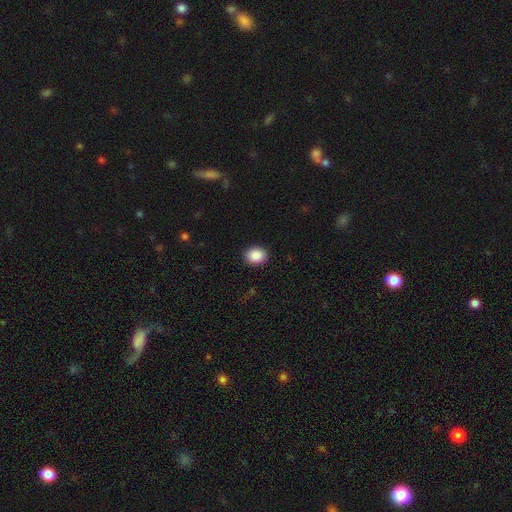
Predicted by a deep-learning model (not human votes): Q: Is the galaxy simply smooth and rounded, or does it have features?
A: smooth — 87%.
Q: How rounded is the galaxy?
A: round — 52%.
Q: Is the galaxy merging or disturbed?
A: none — 91%.